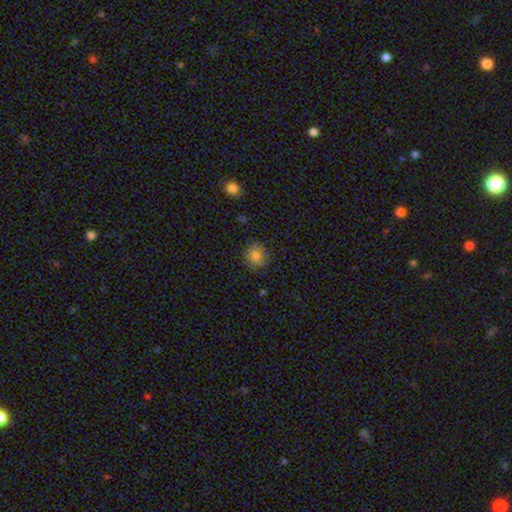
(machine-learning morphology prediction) The model was most divided on "smooth or featured": smooth: 80%, star or artifact: 11%, featured or disk: 9%. More confident: how rounded — round (90%); merging — none (85%).